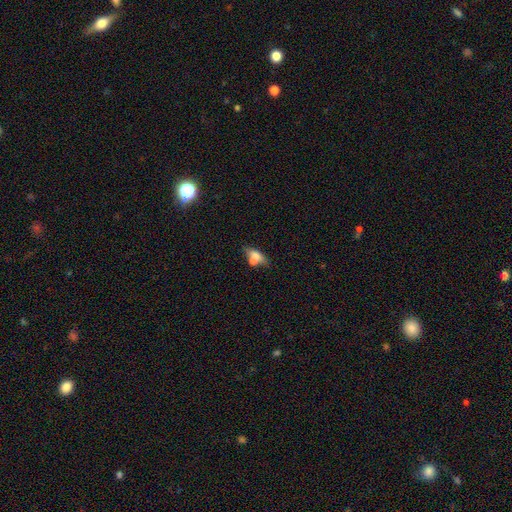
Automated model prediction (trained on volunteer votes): Overall: smooth (62%; featured or disk 27%). How rounded: in between (67%). Merging: none (46%; merger 30%).